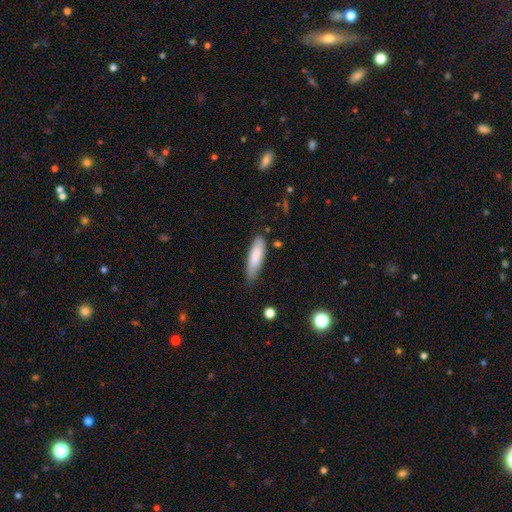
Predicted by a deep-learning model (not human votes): Smooth or featured? smooth (78%)
How rounded? cigar-shaped (54%)
Merging? none (69%)